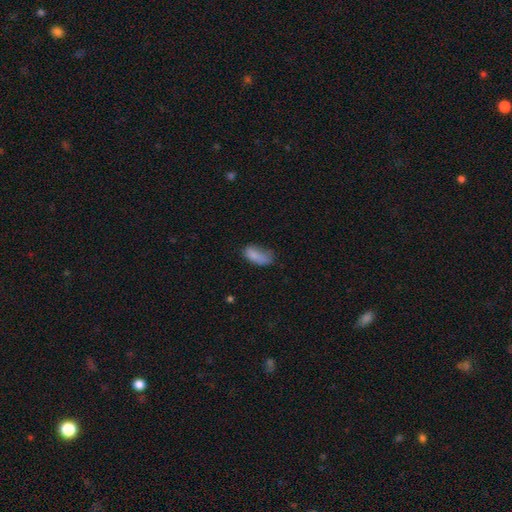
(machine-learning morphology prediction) Smooth or featured?
  - smooth: 80% *
  - featured or disk: 10%
  - star or artifact: 10%
How rounded?
  - in between: 89% *
  - cigar-shaped: 7%
  - round: 4%
Merging?
  - minor disturbance: 37% *
  - none: 36%
  - major disturbance: 23%
  - merger: 4%